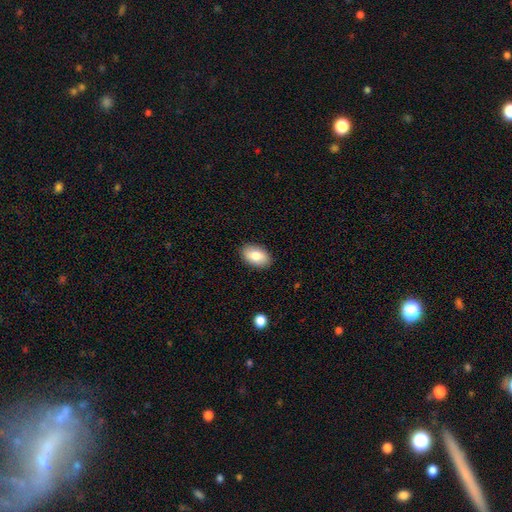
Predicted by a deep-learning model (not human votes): This appears to be a smooth galaxy with no disk features (83%) that is in between round and cigar-shaped (92%). Merging: none (88%).